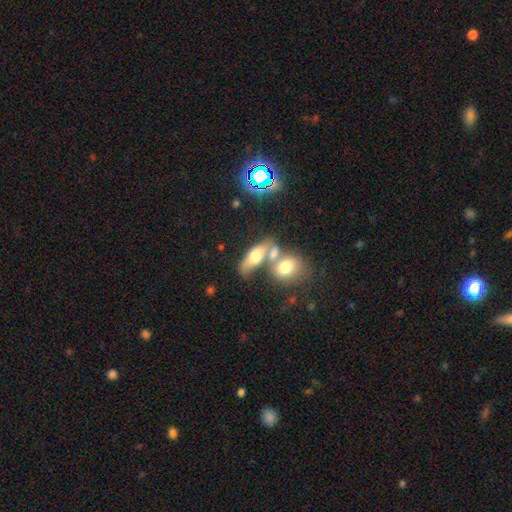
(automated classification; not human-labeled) Smooth or featured? Predicted: smooth (p=0.61). How rounded? Predicted: in between (p=0.71). Merging? Predicted: merger (p=0.51).